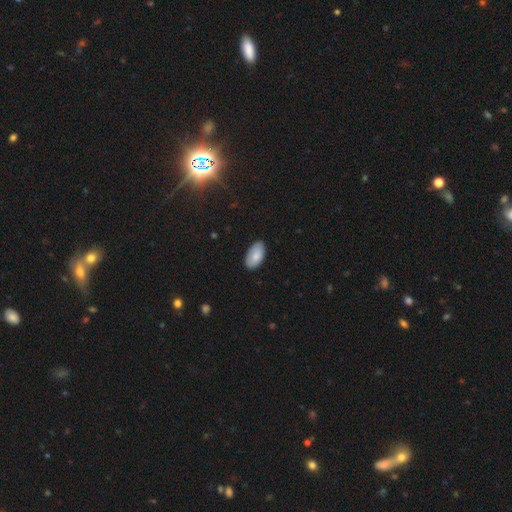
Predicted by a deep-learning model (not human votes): Smooth or featured? Predicted: smooth (p=0.84). How rounded? Predicted: in between (p=0.95). Merging? Predicted: none (p=0.84).